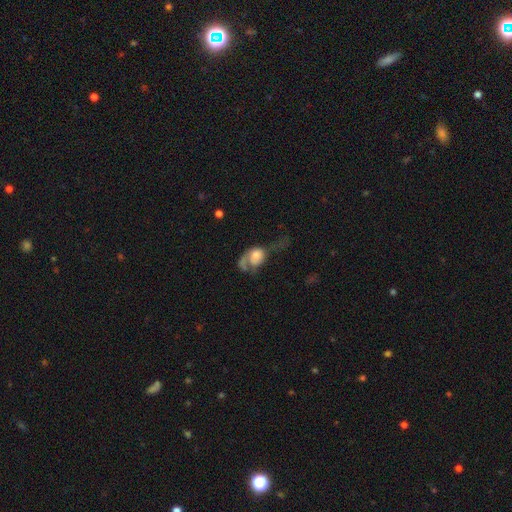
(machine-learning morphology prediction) A smooth galaxy with no disk features (47%). Merging: major disturbance (57%).